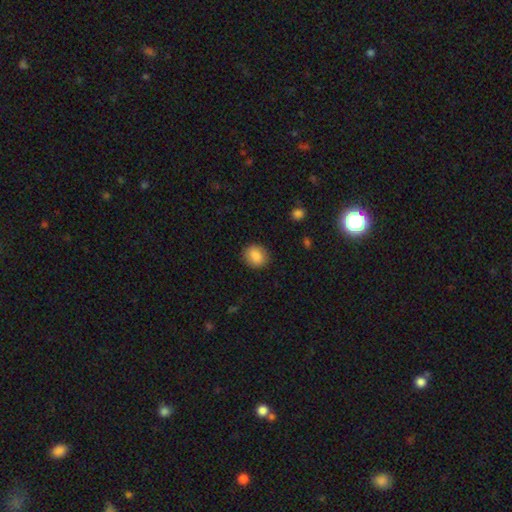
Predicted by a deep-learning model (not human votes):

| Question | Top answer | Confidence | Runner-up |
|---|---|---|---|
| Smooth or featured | smooth | 87% | star or artifact (8%) |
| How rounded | round | 68% | in between (31%) |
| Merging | none | 88% | minor disturbance (8%) |